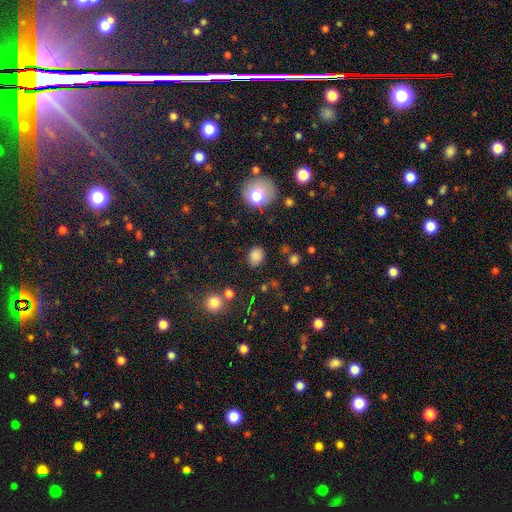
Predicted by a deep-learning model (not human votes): This is clearly a smooth galaxy (82%). How rounded: possibly round (58%). Merging: clearly none (82%).